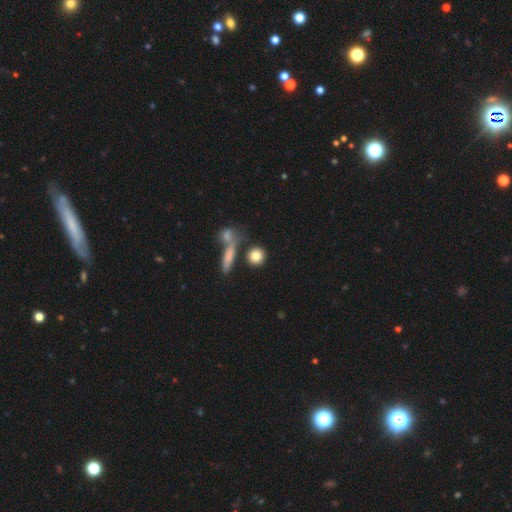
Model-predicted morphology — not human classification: A smooth galaxy with no disk features (81%) that is round (81%).

Vote fractions:
- Smooth or featured? smooth: 81% / featured or disk: 10% / star or artifact: 9%
- How rounded? round: 81% / in between: 14% / cigar-shaped: 5%
- Merging? none: 71% / merger: 15% / minor disturbance: 9% / major disturbance: 4%